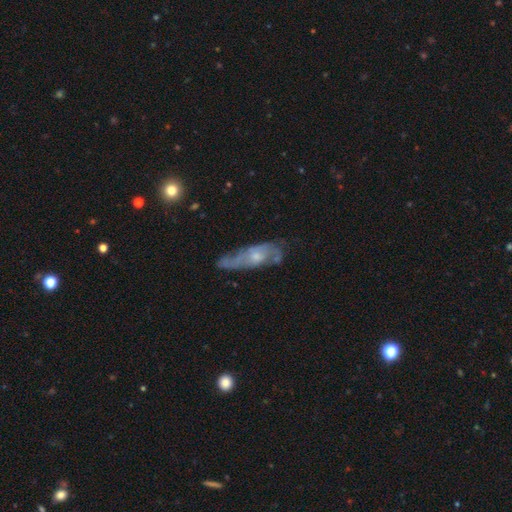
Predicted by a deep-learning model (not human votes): Smooth or featured? Predicted: featured or disk (p=0.72). Edge-on disk? Predicted: no (p=0.76). Bar? Predicted: no (p=0.72). Spiral arms? Predicted: yes (p=0.81). Bulge size? Predicted: small (p=0.50). Merging? Predicted: none (p=0.61).